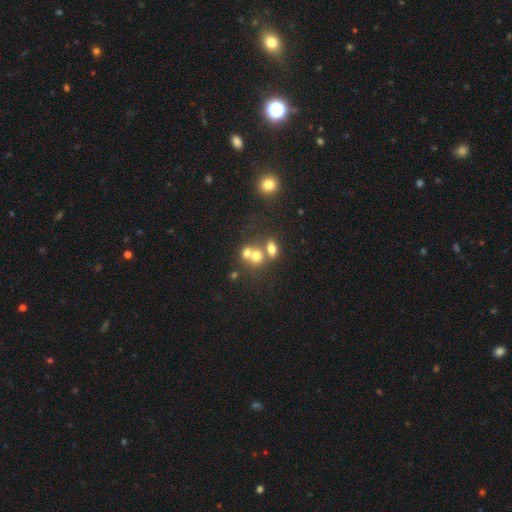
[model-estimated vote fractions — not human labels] This is likely a smooth galaxy (65%). How rounded: likely round (61%). Merging: possibly merger (56%).